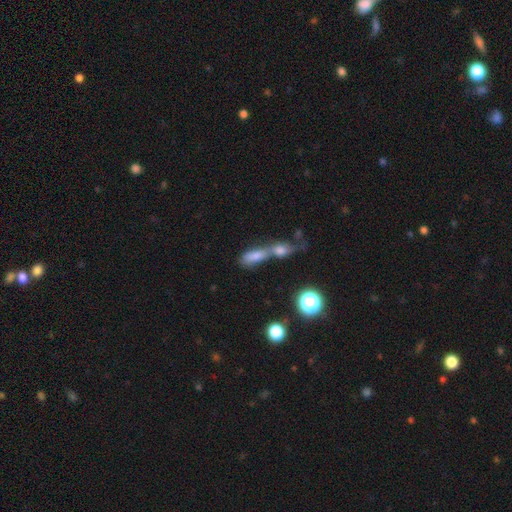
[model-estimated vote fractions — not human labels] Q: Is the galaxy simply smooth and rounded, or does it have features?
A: smooth — 62%.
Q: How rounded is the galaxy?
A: in between — 56%.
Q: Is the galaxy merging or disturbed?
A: merger — 69%.